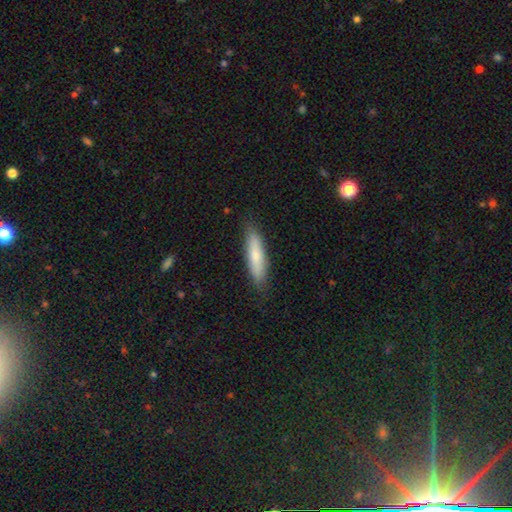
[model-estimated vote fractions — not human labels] Q: Smooth or featured?
A: smooth (74%); runner-up: featured or disk (21%)
Q: How rounded?
A: cigar-shaped (76%); runner-up: in between (23%)
Q: Merging?
A: none (84%); runner-up: minor disturbance (12%)